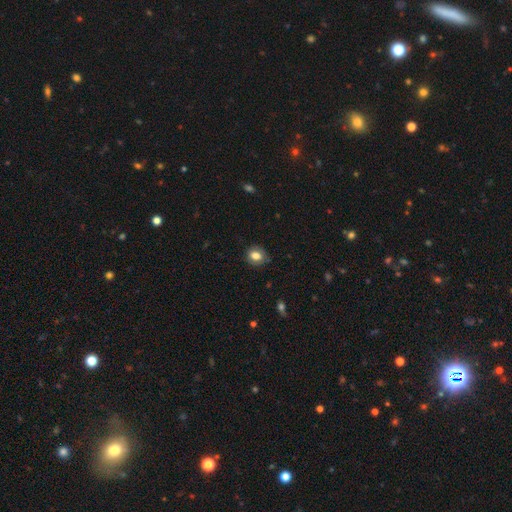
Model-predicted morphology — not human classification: smooth 79%, featured or disk 12%, star or artifact 9%. Down the decision tree: how rounded — round (56%); merging — none (79%).